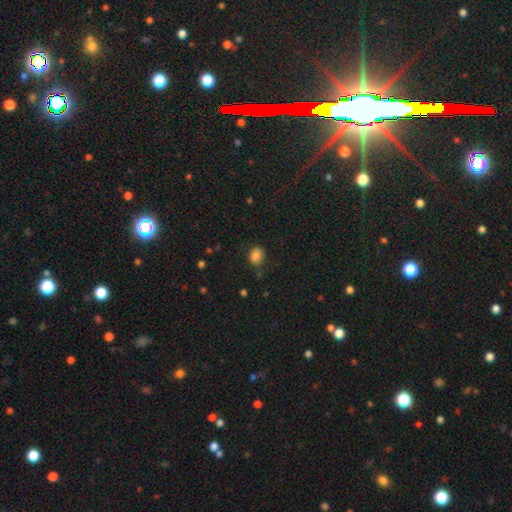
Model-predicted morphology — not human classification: This is clearly a smooth galaxy (84%). How rounded: possibly in between (51%). Merging: likely none (77%).